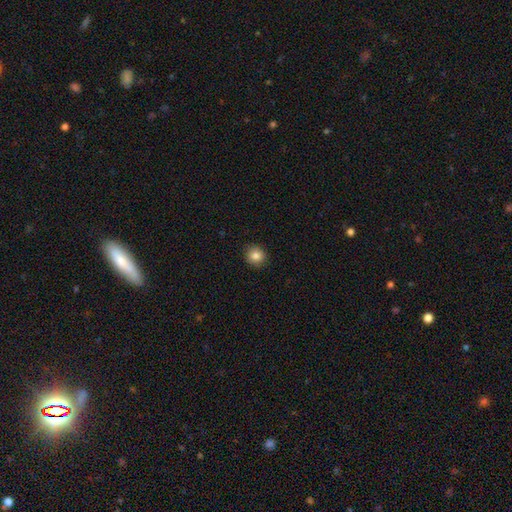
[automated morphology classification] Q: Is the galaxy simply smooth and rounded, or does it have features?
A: smooth — 85%.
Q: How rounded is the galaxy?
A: round — 88%.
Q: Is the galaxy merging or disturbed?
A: none — 91%.